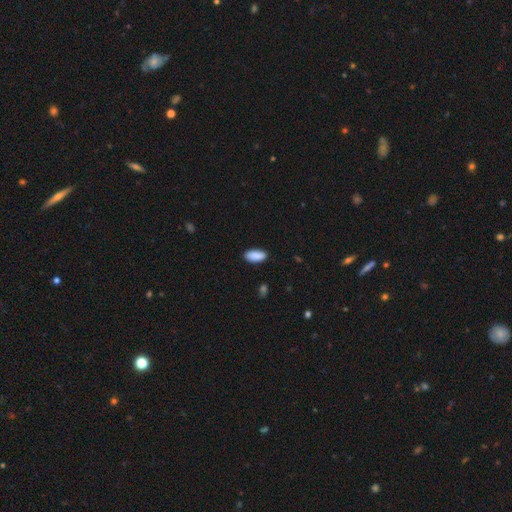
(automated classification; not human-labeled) This appears to be a smooth galaxy with no disk features (90%) that is in between round and cigar-shaped (91%). Merging: none (87%).